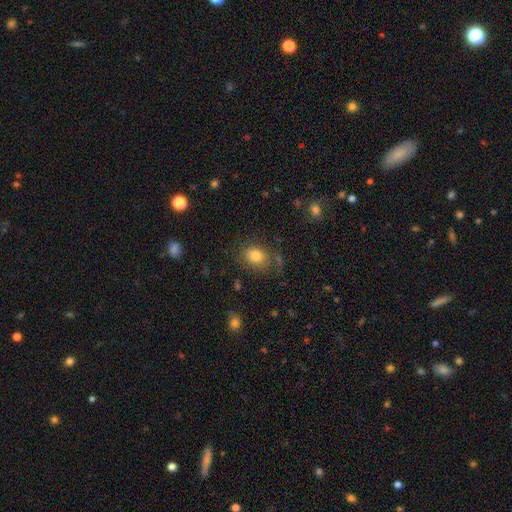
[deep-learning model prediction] Smooth or featured? Predicted: smooth (p=0.78). How rounded? Predicted: in between (p=0.60). Merging? Predicted: none (p=0.68).